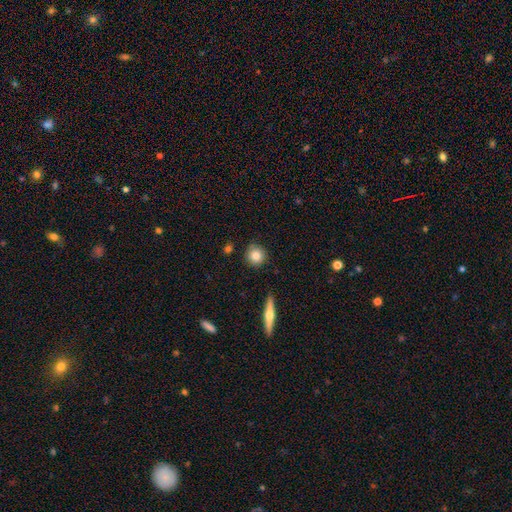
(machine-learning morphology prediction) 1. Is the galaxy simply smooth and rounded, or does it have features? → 82% smooth, 10% featured or disk, 8% star or artifact.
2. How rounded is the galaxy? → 92% round, 7% in between, 2% cigar-shaped.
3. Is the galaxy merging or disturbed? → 87% none, 9% minor disturbance, 3% merger, 2% major disturbance.